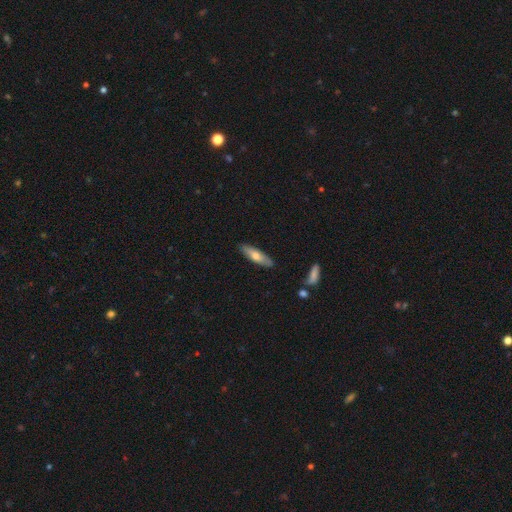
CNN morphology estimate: Smooth or featured? Predicted: smooth (p=0.61). How rounded? Predicted: cigar-shaped (p=0.62). Merging? Predicted: none (p=0.85).